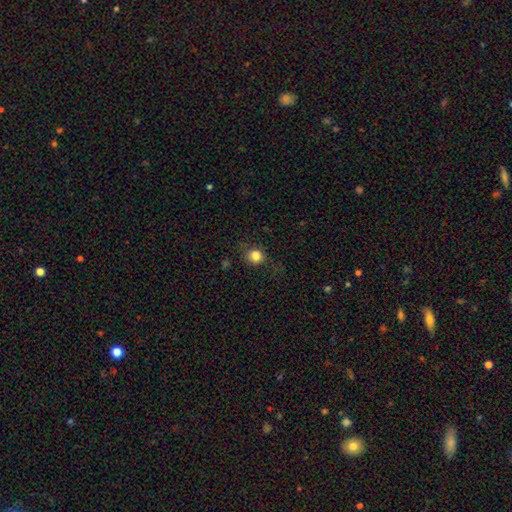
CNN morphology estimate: A smooth galaxy with no disk features (83%) that is round (80%). Merging: none (77%).